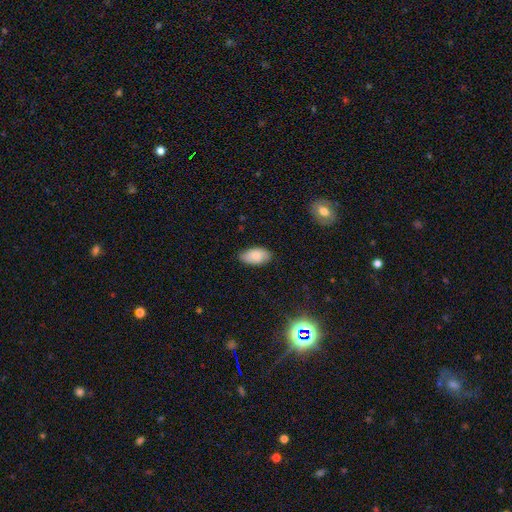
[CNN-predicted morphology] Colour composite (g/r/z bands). It shows a smooth galaxy with no disk features (80%) that is in between round and cigar-shaped (94%). Merging: none (82%).